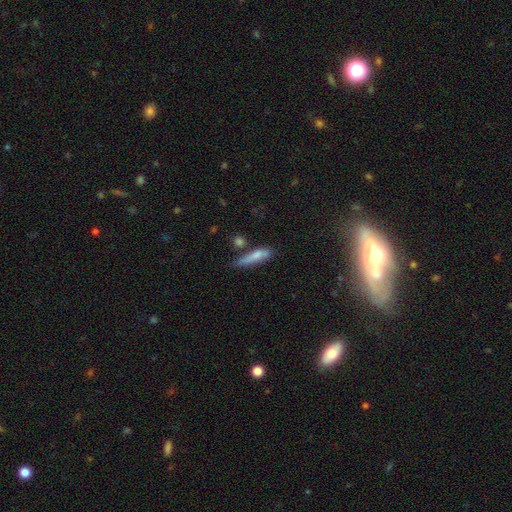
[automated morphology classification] Q: Smooth or featured?
A: smooth (72%); runner-up: featured or disk (20%)
Q: How rounded?
A: cigar-shaped (76%); runner-up: in between (21%)
Q: Merging?
A: none (50%); runner-up: minor disturbance (27%)